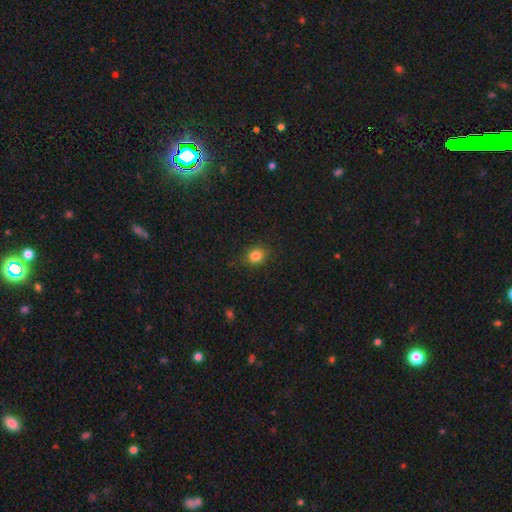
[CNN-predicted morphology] This appears to be a smooth galaxy with no disk features (84%) that is round (68%). Merging: none (88%).